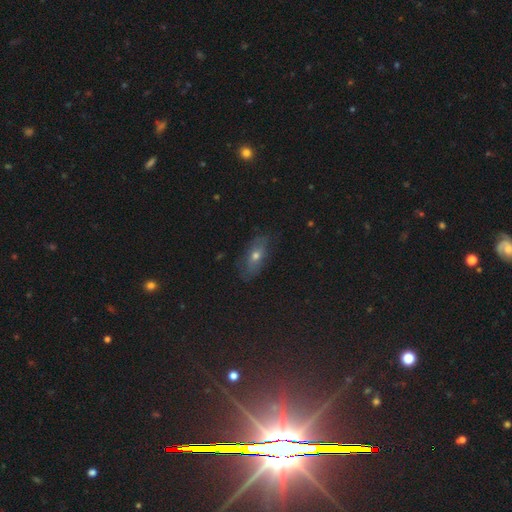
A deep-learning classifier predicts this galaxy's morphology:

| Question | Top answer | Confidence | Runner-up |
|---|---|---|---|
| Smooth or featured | smooth | 46% | featured or disk (34%) |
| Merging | none | 77% | minor disturbance (17%) |